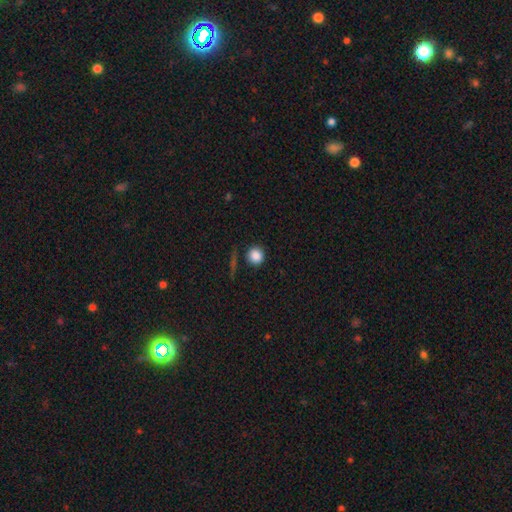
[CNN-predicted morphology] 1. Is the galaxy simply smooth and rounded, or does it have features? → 85% smooth, 11% star or artifact, 5% featured or disk.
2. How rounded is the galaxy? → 92% round, 7% in between, 1% cigar-shaped.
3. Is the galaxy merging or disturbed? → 86% none, 9% minor disturbance, 3% major disturbance, 3% merger.